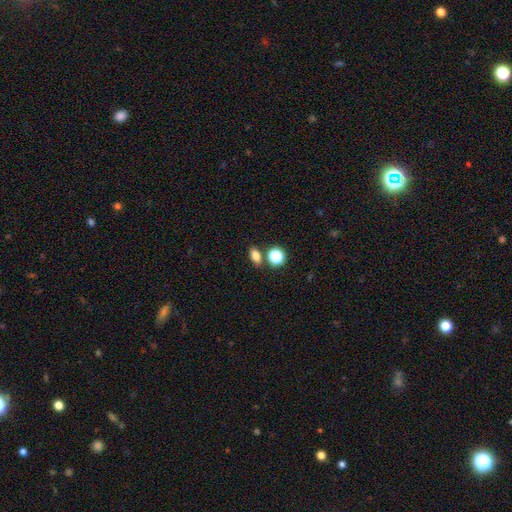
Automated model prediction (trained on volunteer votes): smooth_or_featured: smooth (p=0.77) [alt: star or artifact p=0.14]
how_rounded: in between (p=0.73) [alt: round p=0.23]
merging: none (p=0.75) [alt: merger p=0.12]